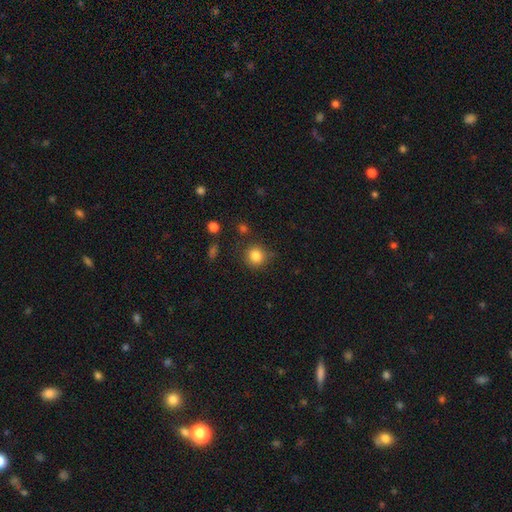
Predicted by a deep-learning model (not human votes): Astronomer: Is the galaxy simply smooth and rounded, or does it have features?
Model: smooth — 84%.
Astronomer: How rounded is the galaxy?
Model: round — 90%.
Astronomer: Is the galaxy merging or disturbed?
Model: none — 83%.